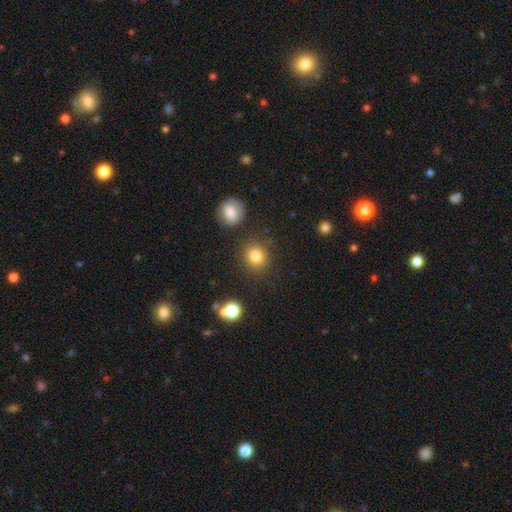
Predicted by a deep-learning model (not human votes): Q: Smooth or featured?
A: smooth (82%); runner-up: star or artifact (12%)
Q: How rounded?
A: round (85%); runner-up: in between (15%)
Q: Merging?
A: none (83%); runner-up: minor disturbance (9%)